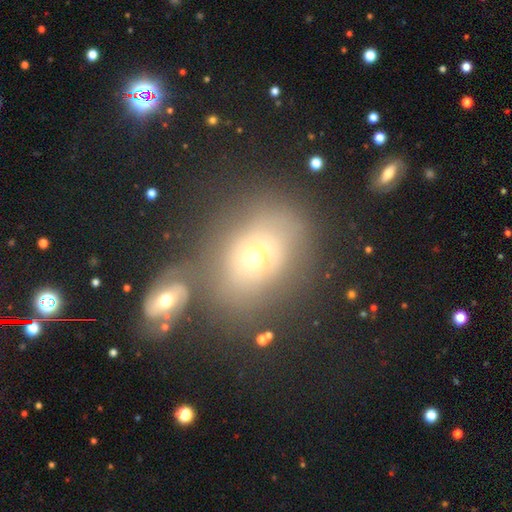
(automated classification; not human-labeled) A smooth galaxy with no disk features (53%) that is round (55%). Merging: none (56%).